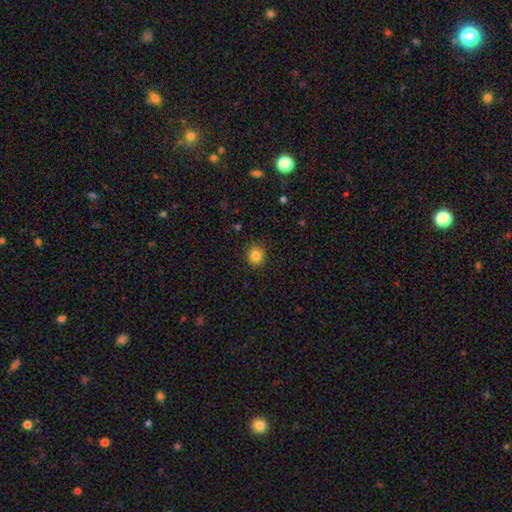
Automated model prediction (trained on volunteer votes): smooth 84%, star or artifact 11%, featured or disk 5%. Down the decision tree: how rounded — round (88%); merging — none (89%).